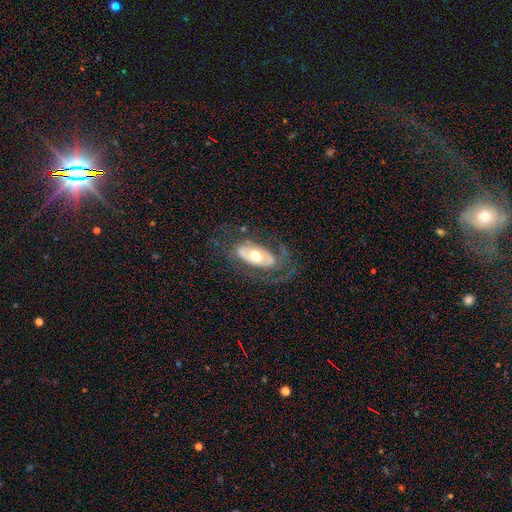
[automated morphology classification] Smooth or featured? Predicted: featured or disk (p=0.69). Edge-on disk? Predicted: no (p=0.89). Bar? Predicted: no (p=0.68). Spiral arms? Predicted: yes (p=0.54). Bulge size? Predicted: moderate (p=0.70). Merging? Predicted: none (p=0.59).